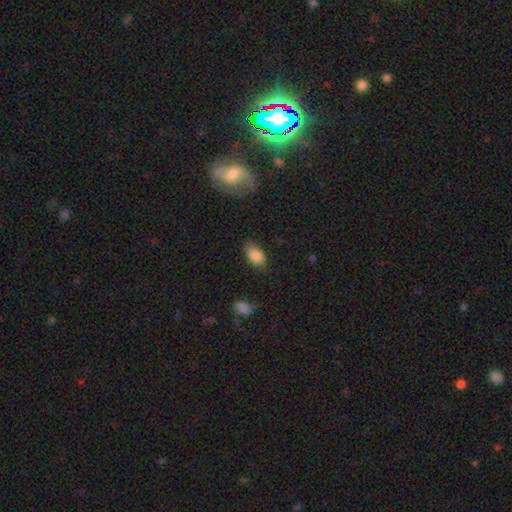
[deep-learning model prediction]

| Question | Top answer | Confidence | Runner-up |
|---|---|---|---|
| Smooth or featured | smooth | 87% | star or artifact (8%) |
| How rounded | in between | 93% | round (5%) |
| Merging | none | 80% | minor disturbance (15%) |